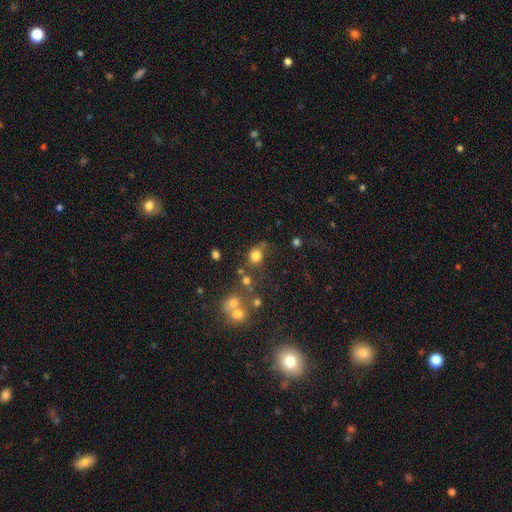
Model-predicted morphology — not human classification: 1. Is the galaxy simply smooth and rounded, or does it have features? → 77% smooth, 15% star or artifact, 8% featured or disk.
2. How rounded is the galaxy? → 72% round, 27% in between, 1% cigar-shaped.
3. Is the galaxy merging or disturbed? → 61% none, 17% minor disturbance, 13% merger, 9% major disturbance.